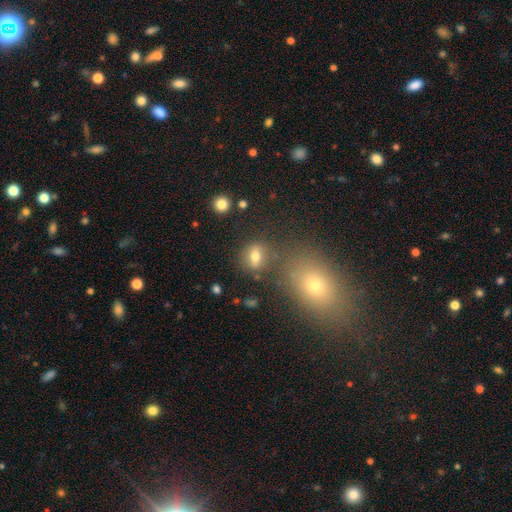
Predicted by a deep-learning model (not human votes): Morphology: type=smooth (68%); roundness=in between (52%); merging=none (69%).